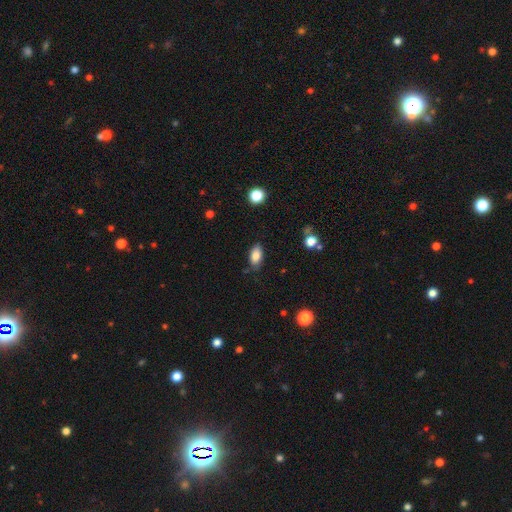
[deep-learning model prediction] Morphology: type=smooth (83%); roundness=in between (91%); merging=none (79%).